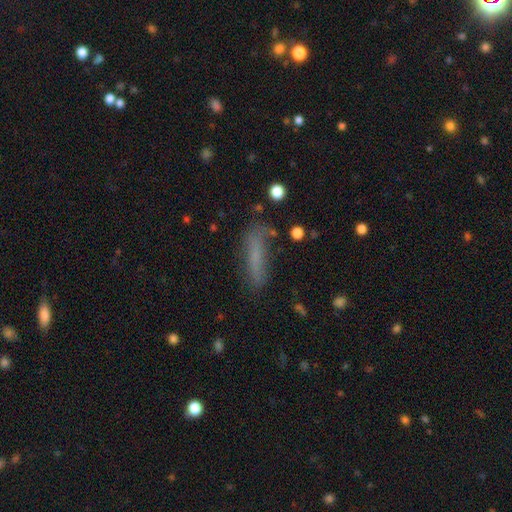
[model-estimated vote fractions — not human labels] Smooth or featured? smooth (66%)
How rounded? cigar-shaped (72%)
Merging? none (67%)